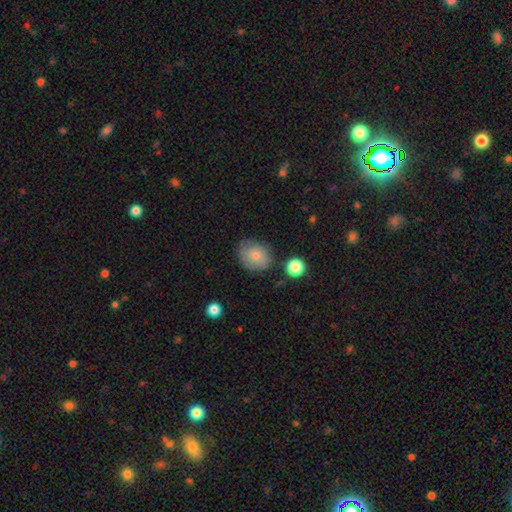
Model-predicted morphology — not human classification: The model was most divided on "how rounded": in between: 52%, round: 47%, cigar-shaped: 1%. More confident: smooth or featured — smooth (77%); merging — none (73%).